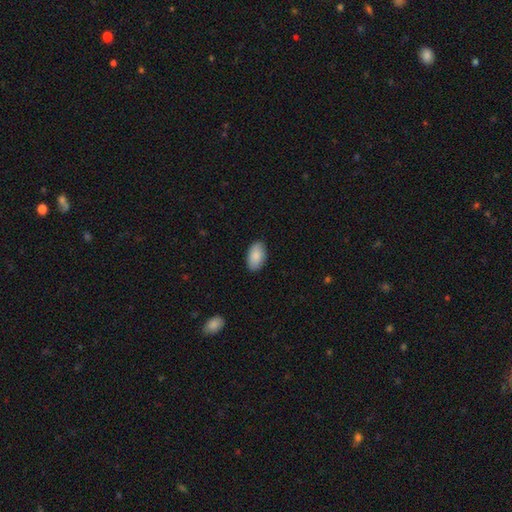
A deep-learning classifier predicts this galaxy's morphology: Smooth or featured?
  - smooth: 88% *
  - star or artifact: 6%
  - featured or disk: 6%
How rounded?
  - in between: 95% *
  - round: 4%
  - cigar-shaped: 1%
Merging?
  - none: 88% *
  - minor disturbance: 9%
  - major disturbance: 2%
  - merger: 1%